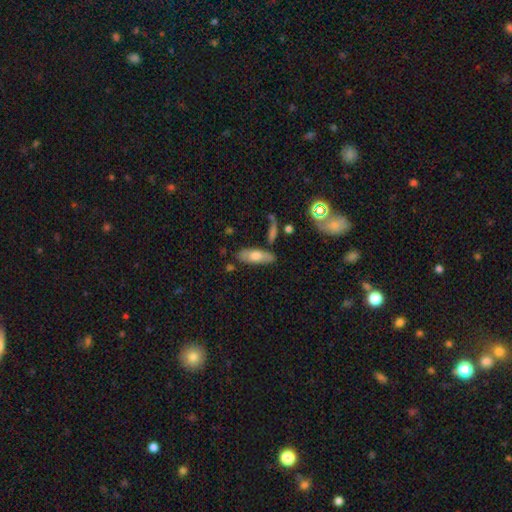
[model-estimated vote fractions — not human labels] smooth 65%, featured or disk 28%, star or artifact 7%. Down the decision tree: how rounded — in between (66%); merging — none (72%).